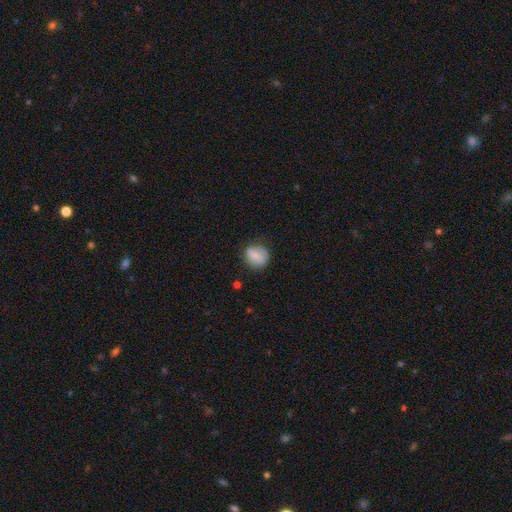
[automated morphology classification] Q: Smooth or featured?
A: smooth (76%); runner-up: featured or disk (16%)
Q: How rounded?
A: round (73%); runner-up: in between (25%)
Q: Merging?
A: none (69%); runner-up: minor disturbance (23%)